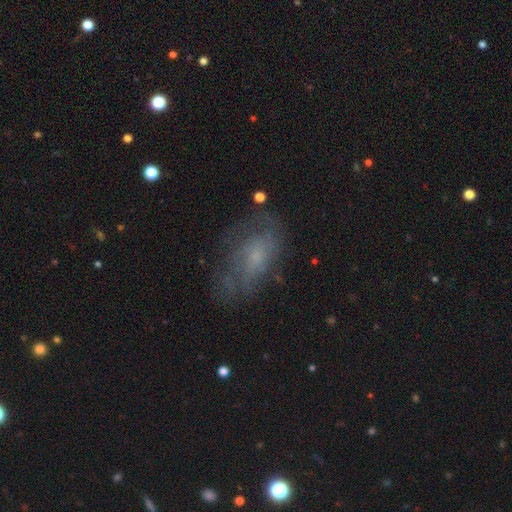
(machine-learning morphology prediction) A featured or disk galaxy (49%). Merging: none (58%).